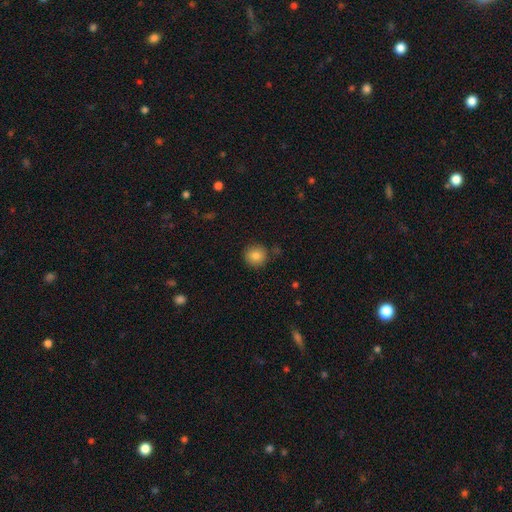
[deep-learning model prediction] smooth 84%, star or artifact 10%, featured or disk 6%. Down the decision tree: how rounded — round (92%); merging — none (87%).